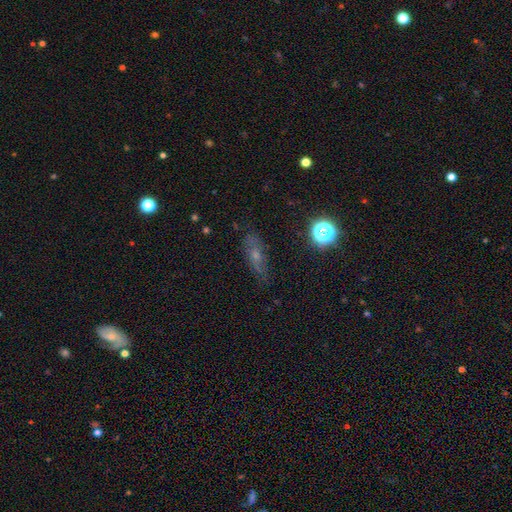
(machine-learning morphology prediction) Q: Smooth or featured?
A: featured or disk (41%); runner-up: smooth (38%)
Q: Merging?
A: none (76%); runner-up: minor disturbance (17%)